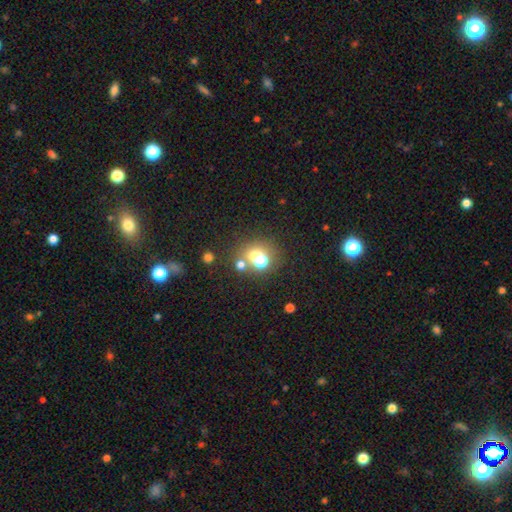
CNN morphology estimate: A smooth galaxy with no disk features (57%) that is round (70%).

Vote fractions:
- Smooth or featured? smooth: 57% / star or artifact: 22% / featured or disk: 20%
- How rounded? round: 70% / in between: 28% / cigar-shaped: 1%
- Merging? none: 43% / merger: 42% / minor disturbance: 9% / major disturbance: 6%